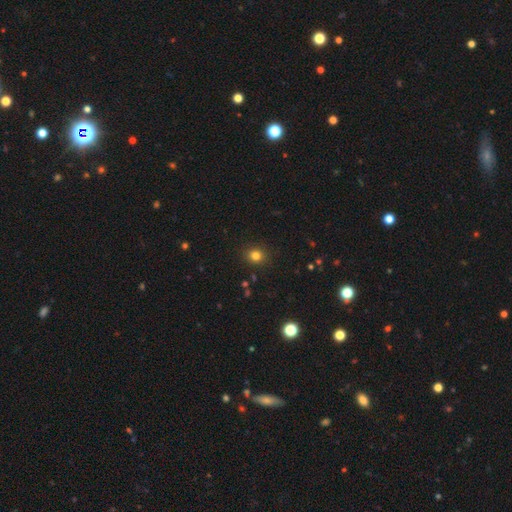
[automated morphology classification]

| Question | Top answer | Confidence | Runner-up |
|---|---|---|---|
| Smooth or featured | smooth | 80% | star or artifact (14%) |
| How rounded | round | 78% | in between (21%) |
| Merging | none | 90% | minor disturbance (7%) |